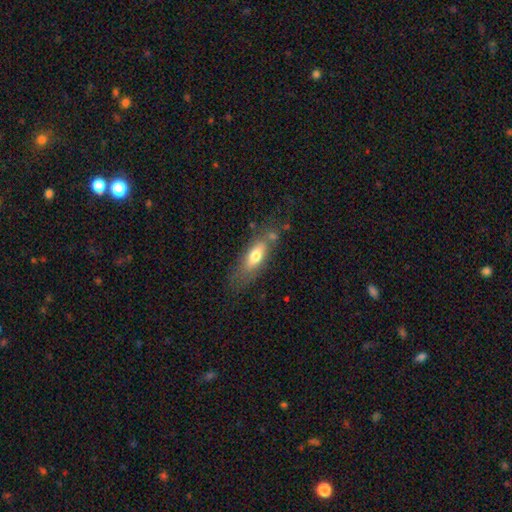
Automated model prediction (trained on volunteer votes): Q: Smooth or featured?
A: smooth (66%); runner-up: featured or disk (27%)
Q: How rounded?
A: in between (63%); runner-up: cigar-shaped (34%)
Q: Merging?
A: none (63%); runner-up: minor disturbance (21%)